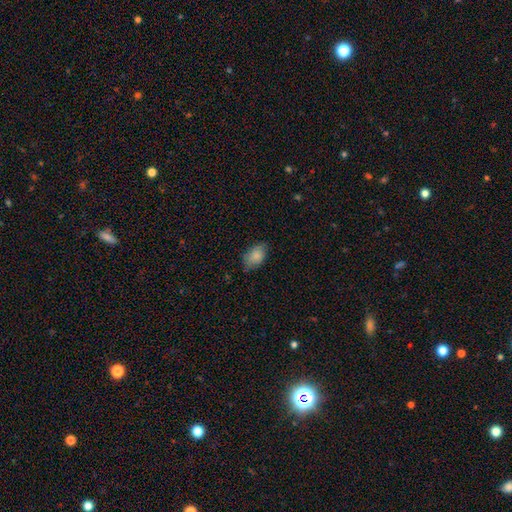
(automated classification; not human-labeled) Overall: smooth (86%). How rounded: in between (89%). Merging: none (72%).